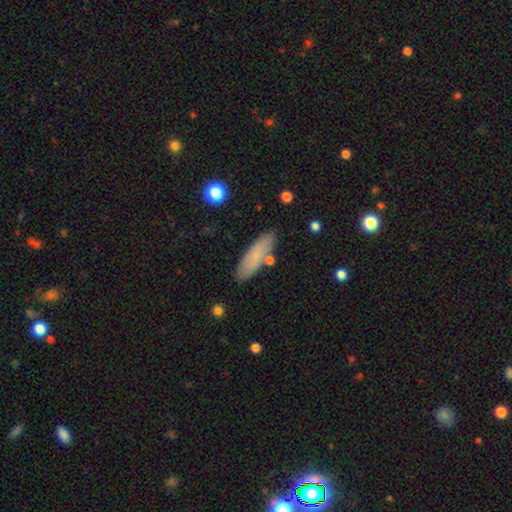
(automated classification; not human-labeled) This appears to be a smooth galaxy with no disk features (76%) that is cigar-shaped (55%). Merging: none (83%).